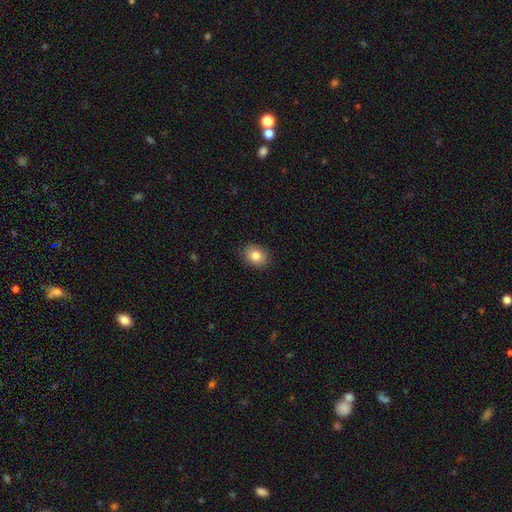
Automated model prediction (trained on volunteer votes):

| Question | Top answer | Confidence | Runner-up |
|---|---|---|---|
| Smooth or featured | smooth | 83% | star or artifact (9%) |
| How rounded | in between | 58% | round (41%) |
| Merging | none | 89% | minor disturbance (8%) |